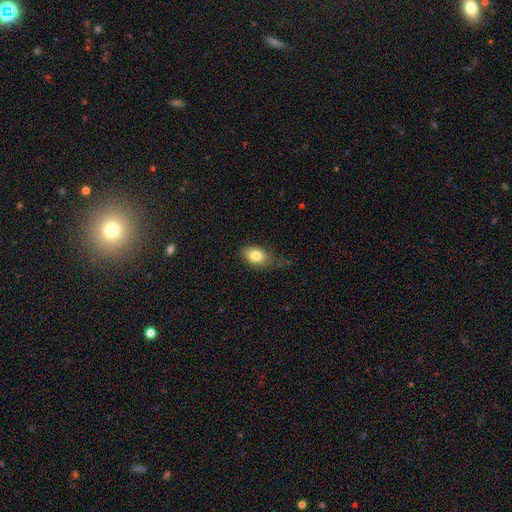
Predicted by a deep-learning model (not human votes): Smooth or featured?
  - smooth: 81% *
  - featured or disk: 11%
  - star or artifact: 8%
How rounded?
  - in between: 85% *
  - round: 13%
  - cigar-shaped: 2%
Merging?
  - none: 53% *
  - minor disturbance: 32%
  - major disturbance: 12%
  - merger: 2%